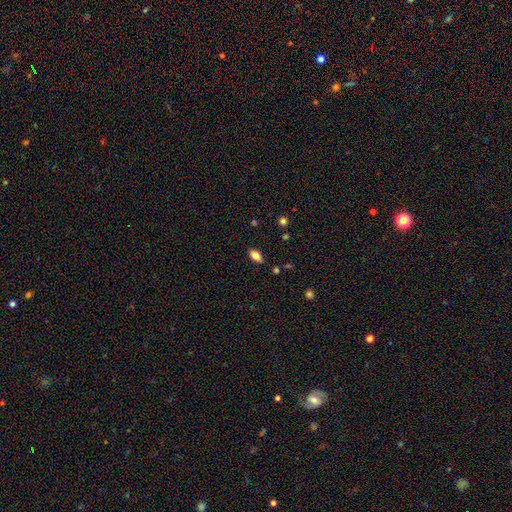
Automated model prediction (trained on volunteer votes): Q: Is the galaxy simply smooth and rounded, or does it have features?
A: smooth — 77%.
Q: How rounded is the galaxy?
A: in between — 90%.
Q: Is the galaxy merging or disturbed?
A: none — 86%.